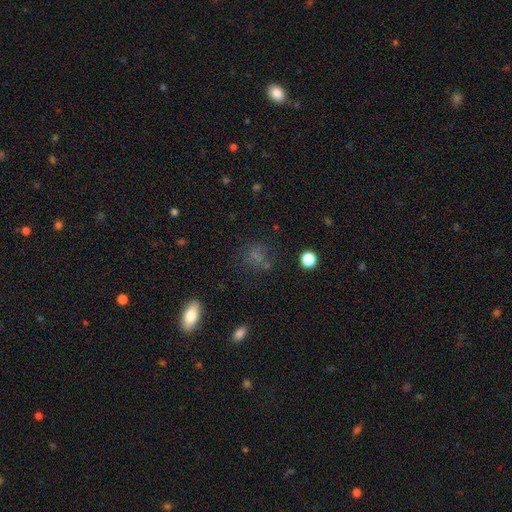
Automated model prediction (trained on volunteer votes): A smooth galaxy with no disk features (60%) that is round (64%).

Vote fractions:
- Smooth or featured? smooth: 60% / star or artifact: 26% / featured or disk: 14%
- How rounded? round: 64% / in between: 33% / cigar-shaped: 3%
- Merging? none: 65% / minor disturbance: 16% / major disturbance: 11% / merger: 7%